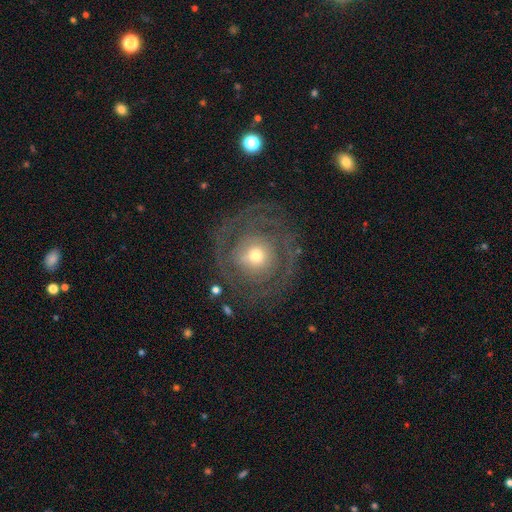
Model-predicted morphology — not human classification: Q: Smooth or featured?
A: featured or disk (70%); runner-up: smooth (22%)
Q: Edge-on disk?
A: no (96%); runner-up: yes (4%)
Q: Bar?
A: no (77%); runner-up: weak (16%)
Q: Spiral arms?
A: yes (67%); runner-up: no (33%)
Q: Bulge size?
A: moderate (47%); runner-up: small (44%)
Q: Merging?
A: none (75%); runner-up: minor disturbance (12%)